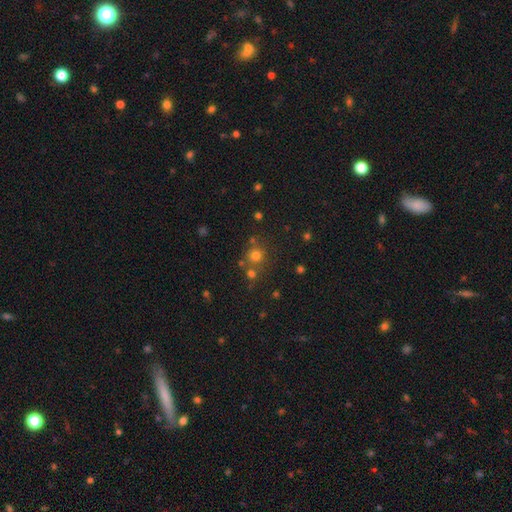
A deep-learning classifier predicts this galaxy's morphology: Smooth or featured? Predicted: smooth (p=0.70). How rounded? Predicted: round (p=0.91). Merging? Predicted: none (p=0.69).